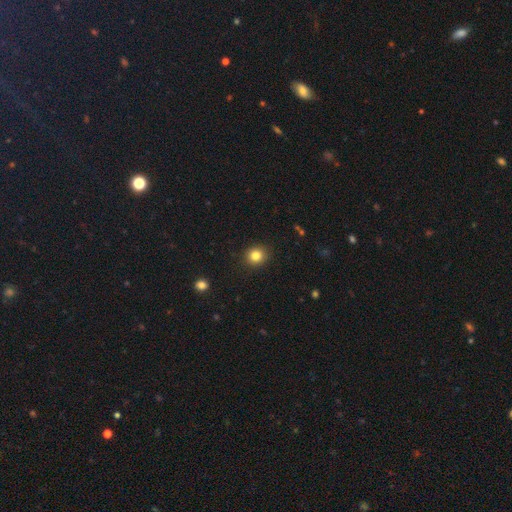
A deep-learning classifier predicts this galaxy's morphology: smooth_or_featured: smooth (p=0.82) [alt: star or artifact p=0.12]
how_rounded: round (p=0.83) [alt: in between p=0.16]
merging: none (p=0.90) [alt: minor disturbance p=0.07]